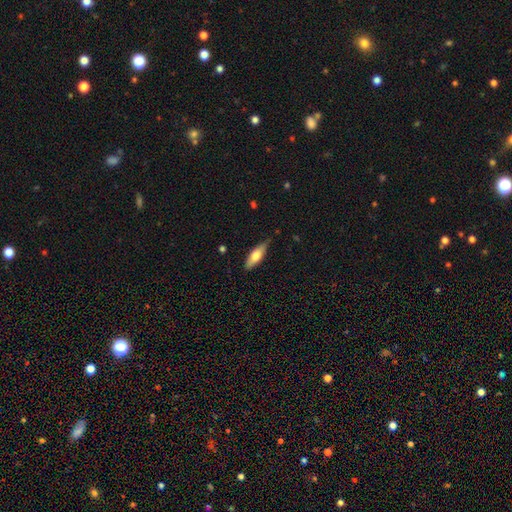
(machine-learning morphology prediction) Smooth or featured?
  - smooth: 64% *
  - featured or disk: 30%
  - star or artifact: 6%
How rounded?
  - in between: 55% *
  - cigar-shaped: 43%
  - round: 2%
Merging?
  - none: 78% *
  - minor disturbance: 18%
  - major disturbance: 3%
  - merger: 1%